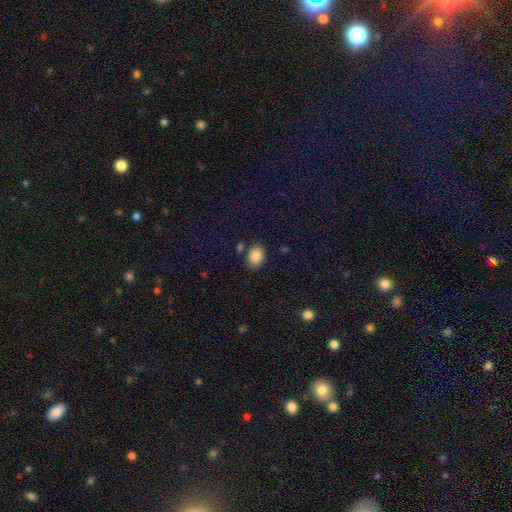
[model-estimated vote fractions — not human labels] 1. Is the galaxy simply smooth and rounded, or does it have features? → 87% smooth, 8% star or artifact, 5% featured or disk.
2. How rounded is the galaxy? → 78% in between, 21% round, 1% cigar-shaped.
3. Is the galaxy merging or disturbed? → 80% none, 11% minor disturbance, 6% merger, 3% major disturbance.